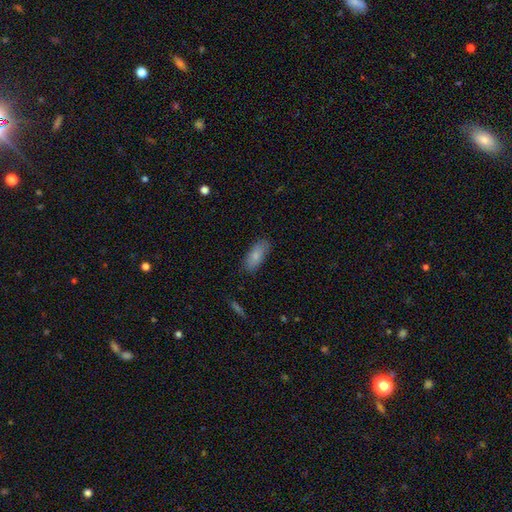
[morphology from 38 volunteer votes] This appears to be a smooth galaxy with no disk features (84%) that is in between round and cigar-shaped (91%). Merging: none (94%).